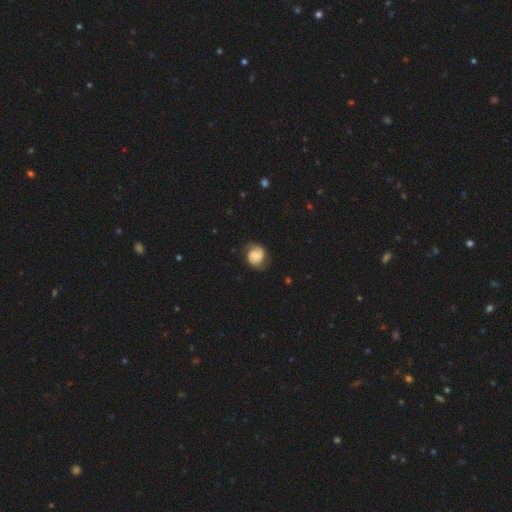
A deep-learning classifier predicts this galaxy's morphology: A featured or disk galaxy (54%) with no bar (61%), spiral arms (89%) and a small central bulge (47%).

Vote fractions:
- Smooth or featured? featured or disk: 54% / smooth: 38% / star or artifact: 7%
- Edge-on disk? no: 98% / yes: 2%
- Bar? no: 61% / weak: 31% / strong: 8%
- Spiral arms? yes: 89% / no: 11%
- Bulge size? small: 47% / moderate: 38% / none: 7% / large: 6% / dominant: 2%
- Merging? none: 74% / minor disturbance: 19% / major disturbance: 7% / merger: 1%